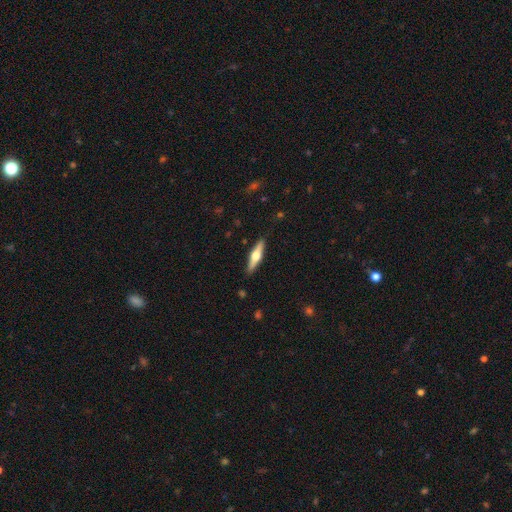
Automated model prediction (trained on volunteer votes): This is possibly a featured or disk galaxy (58%). It is clearly viewed edge-on (96%). Edge-on bulge: clearly rounded (94%). Merging: clearly none (90%).